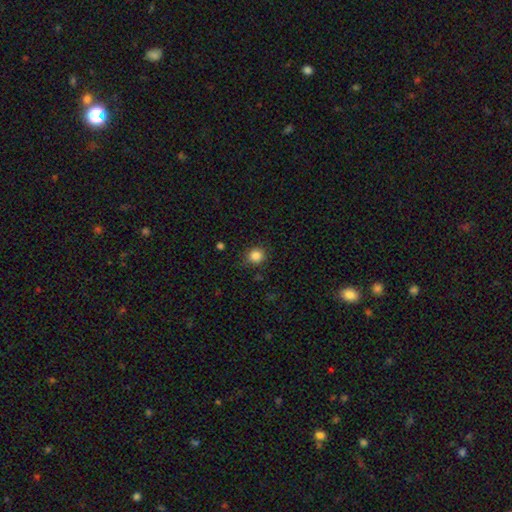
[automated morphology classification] Overall: smooth (85%). How rounded: round (87%). Merging: none (84%).